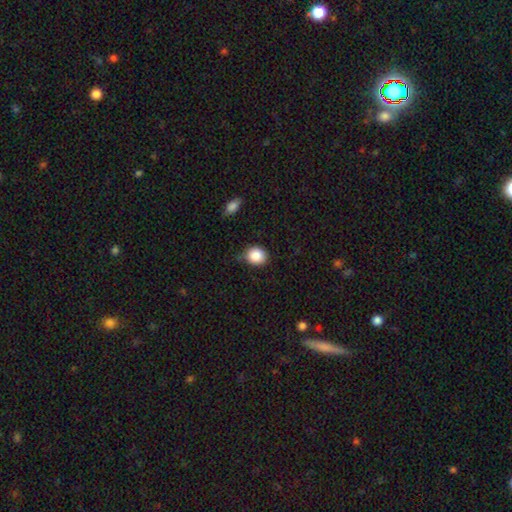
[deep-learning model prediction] This appears to be a smooth galaxy with no disk features (87%) that is round (74%). Merging: none (71%).